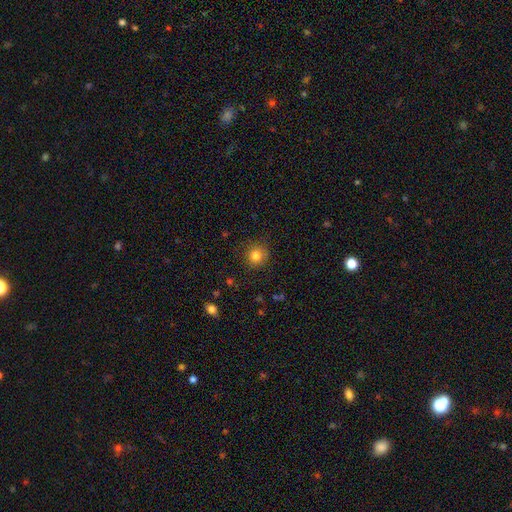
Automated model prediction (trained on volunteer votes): Q: Smooth or featured?
A: smooth (82%); runner-up: star or artifact (12%)
Q: How rounded?
A: round (92%); runner-up: in between (7%)
Q: Merging?
A: none (87%); runner-up: minor disturbance (9%)